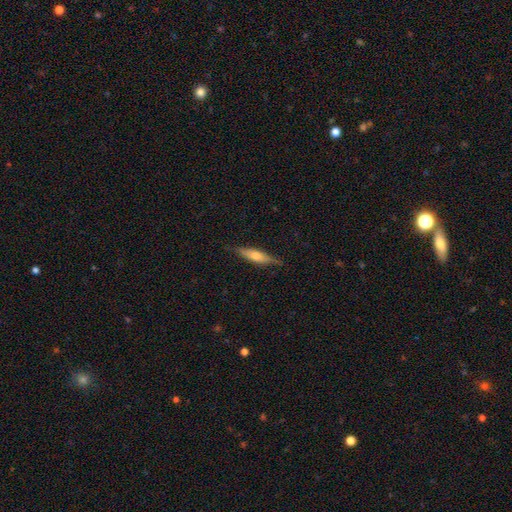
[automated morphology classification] Smooth or featured? Predicted: smooth (p=0.51). How rounded? Predicted: cigar-shaped (p=0.77). Merging? Predicted: none (p=0.82).